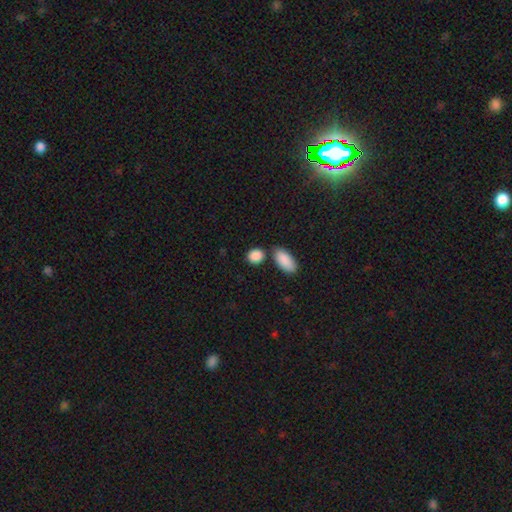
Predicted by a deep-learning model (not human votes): Smooth or featured? smooth (89%)
How rounded? in between (58%)
Merging? none (70%)